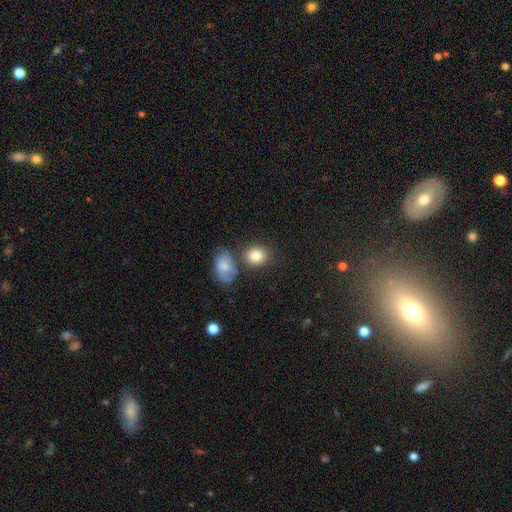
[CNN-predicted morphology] This appears to be a smooth galaxy with no disk features (83%) that is round (71%). Merging: none (66%).